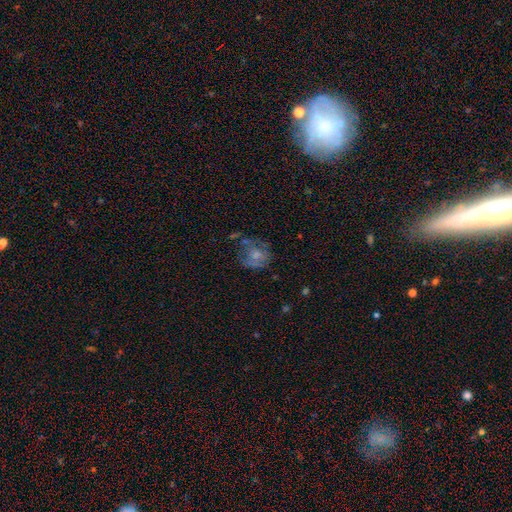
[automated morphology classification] The model was most divided on "smooth or featured": smooth: 46%, featured or disk: 44%, star or artifact: 10%. Remaining: merging — none (44%).